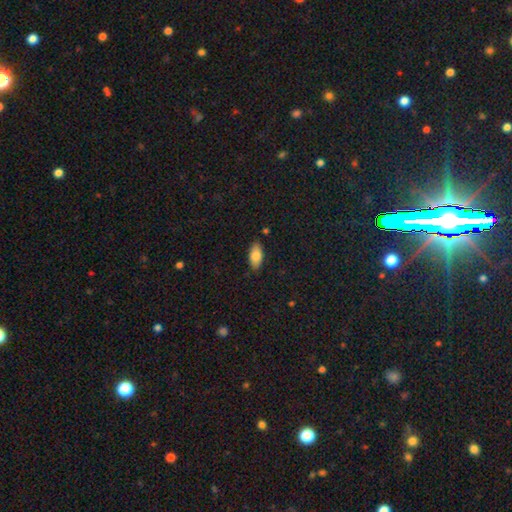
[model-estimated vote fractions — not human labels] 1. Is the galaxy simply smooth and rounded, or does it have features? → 81% smooth, 11% featured or disk, 7% star or artifact.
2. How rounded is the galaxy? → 89% in between, 8% cigar-shaped, 2% round.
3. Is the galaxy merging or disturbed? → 86% none, 10% minor disturbance, 2% major disturbance, 1% merger.